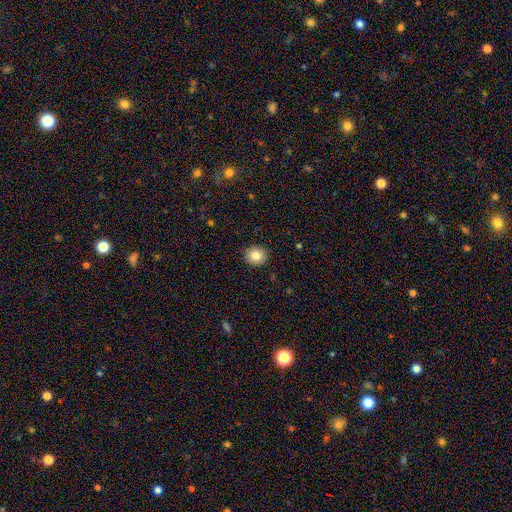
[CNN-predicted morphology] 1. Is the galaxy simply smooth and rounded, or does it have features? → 82% smooth, 10% star or artifact, 8% featured or disk.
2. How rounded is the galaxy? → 85% round, 14% in between, 1% cigar-shaped.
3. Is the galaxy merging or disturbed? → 90% none, 7% minor disturbance, 2% major disturbance, 1% merger.